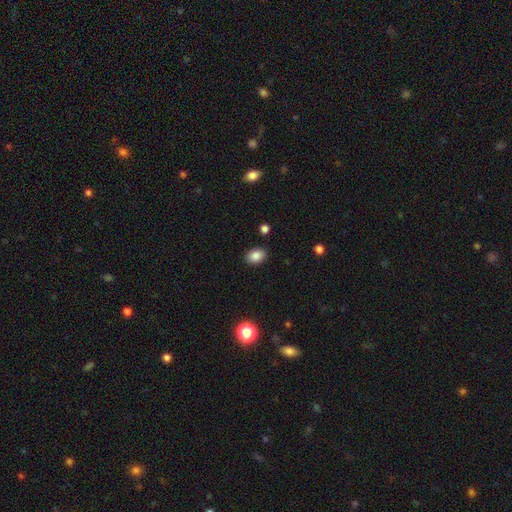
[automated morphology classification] type=smooth (85%); roundness=in between (76%); merging=none (88%).